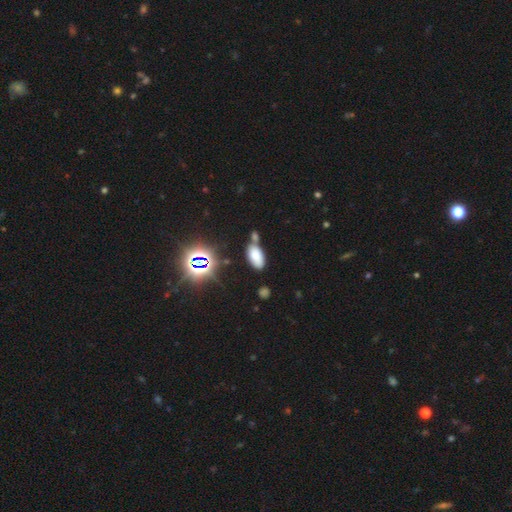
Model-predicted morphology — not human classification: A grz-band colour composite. It shows a smooth galaxy with no disk features (74%) that is in between round and cigar-shaped (92%). Merging: none (54%).